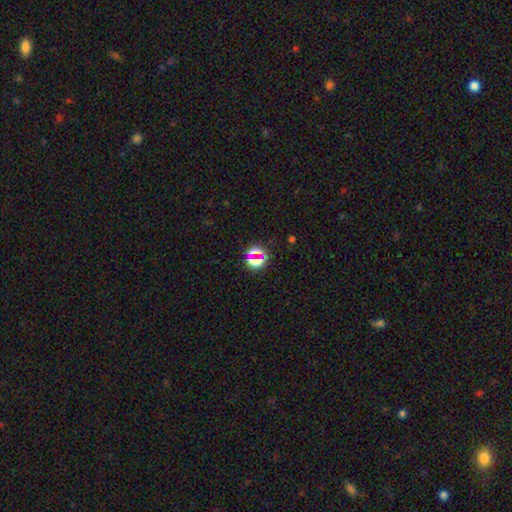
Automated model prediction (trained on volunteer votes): Q: Smooth or featured?
A: star or artifact (55%); runner-up: smooth (33%)